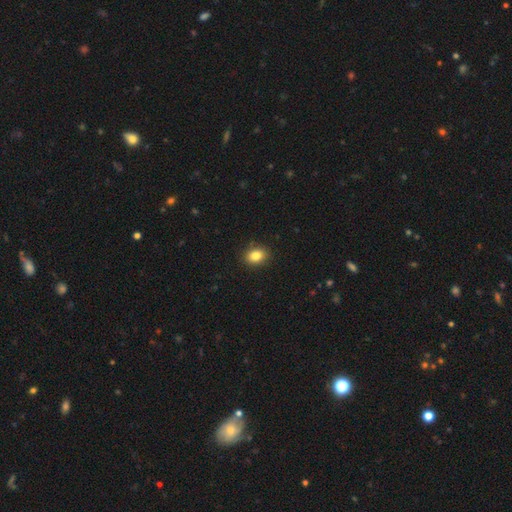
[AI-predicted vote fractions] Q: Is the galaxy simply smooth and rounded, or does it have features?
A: smooth — 85%.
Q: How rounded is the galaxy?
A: in between — 61%.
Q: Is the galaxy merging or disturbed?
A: none — 88%.